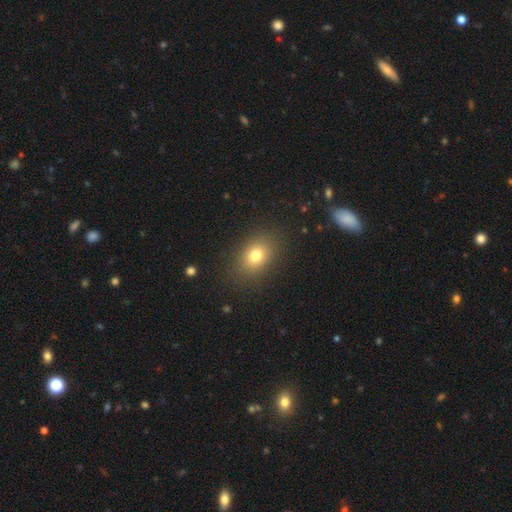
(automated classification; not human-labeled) A smooth galaxy with no disk features (77%) that is in between round and cigar-shaped (66%). Merging: none (86%).